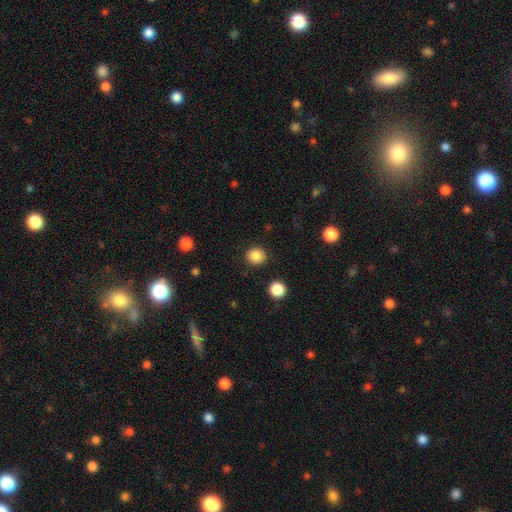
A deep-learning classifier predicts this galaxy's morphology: Smooth or featured?
  - smooth: 86% *
  - star or artifact: 11%
  - featured or disk: 4%
How rounded?
  - round: 88% *
  - in between: 11%
  - cigar-shaped: 1%
Merging?
  - none: 90% *
  - minor disturbance: 6%
  - major disturbance: 2%
  - merger: 2%